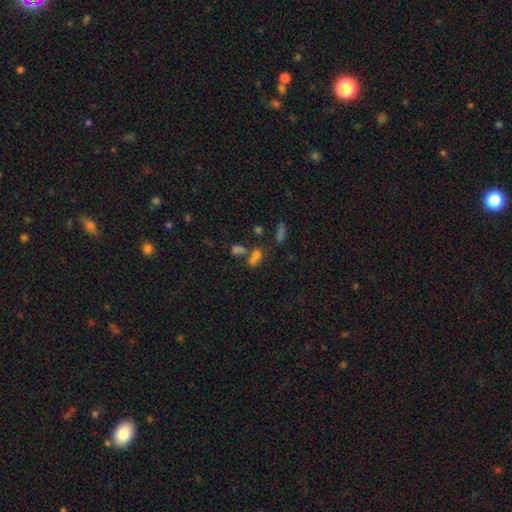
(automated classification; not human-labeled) Morphology: type=smooth (59%); roundness=in between (57%); merging=merger (51%).